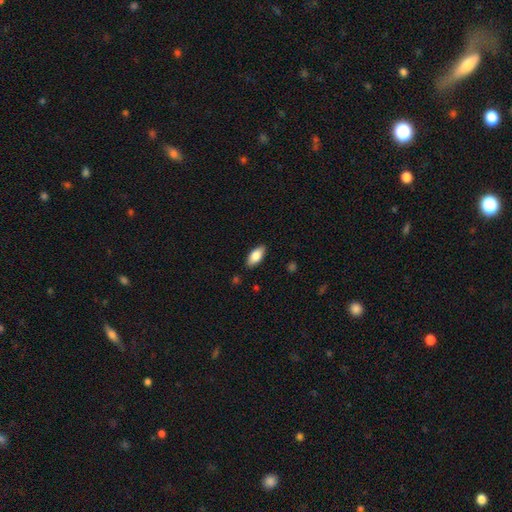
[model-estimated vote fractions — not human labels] Q: Smooth or featured?
A: smooth (81%); runner-up: featured or disk (13%)
Q: How rounded?
A: in between (88%); runner-up: cigar-shaped (10%)
Q: Merging?
A: none (86%); runner-up: minor disturbance (11%)